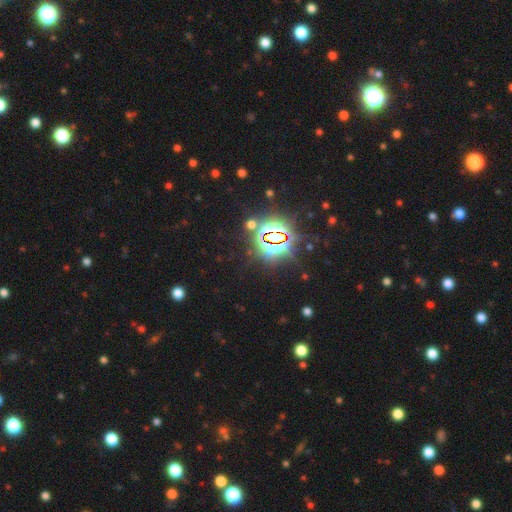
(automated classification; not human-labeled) smooth-or-featured: star or artifact: 83% | smooth: 11% | featured or disk: 6%